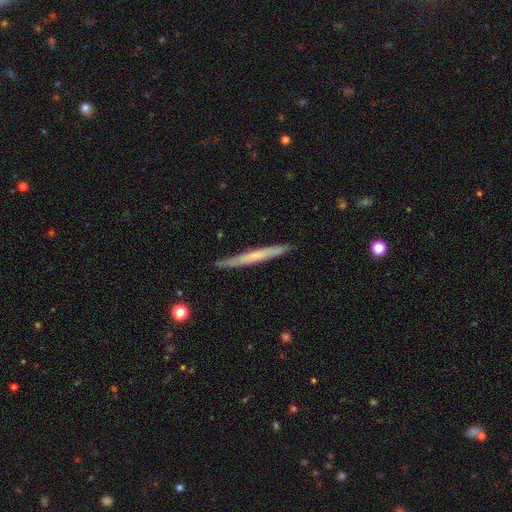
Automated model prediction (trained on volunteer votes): A smooth galaxy with no disk features (48%).

Vote fractions:
- Smooth or featured? smooth: 48% / featured or disk: 46% / star or artifact: 5%
- Merging? none: 89% / minor disturbance: 8% / major disturbance: 1% / merger: 1%